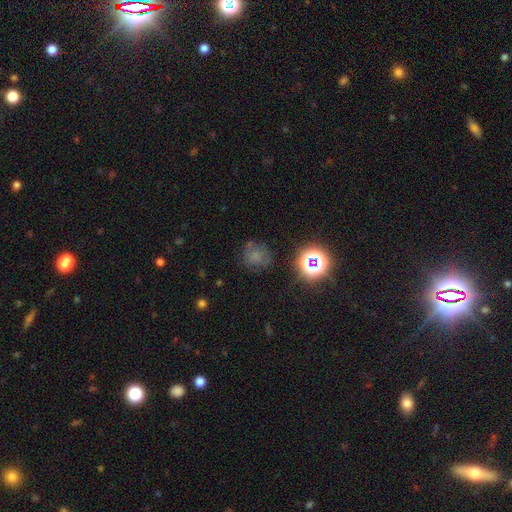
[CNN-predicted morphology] type=smooth (60%); roundness=round (82%); merging=none (64%).